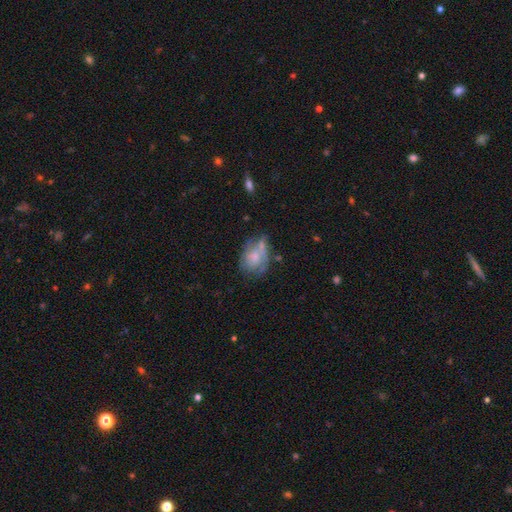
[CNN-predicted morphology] Smooth or featured? Predicted: featured or disk (p=0.46). Merging? Predicted: none (p=0.38).